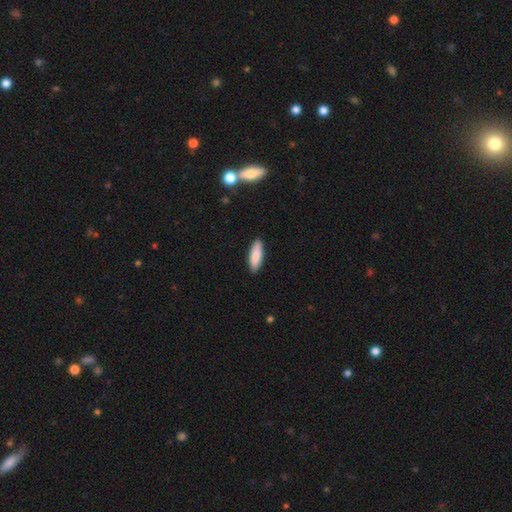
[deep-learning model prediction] This appears to be a smooth galaxy with no disk features (86%) that is cigar-shaped (53%). Merging: none (89%).